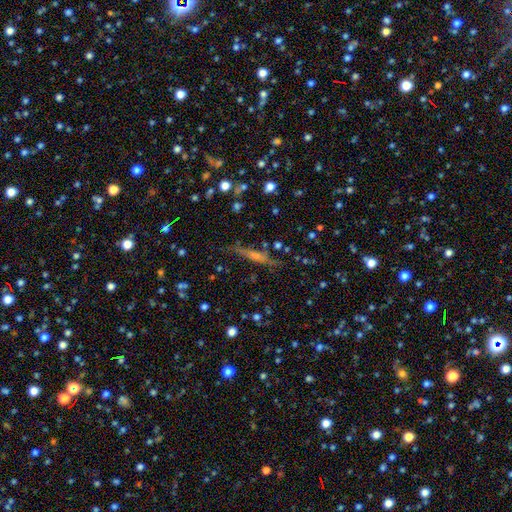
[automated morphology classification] This is marginally a featured or disk galaxy (41%). Merging: likely none (76%).